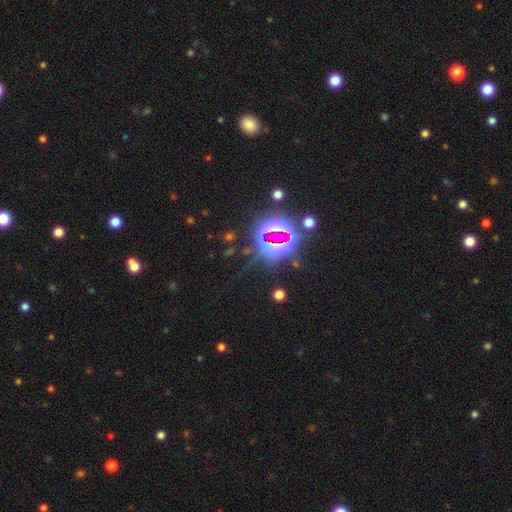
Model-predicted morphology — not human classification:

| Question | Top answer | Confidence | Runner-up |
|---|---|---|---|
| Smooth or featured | star or artifact | 81% | featured or disk (9%) |